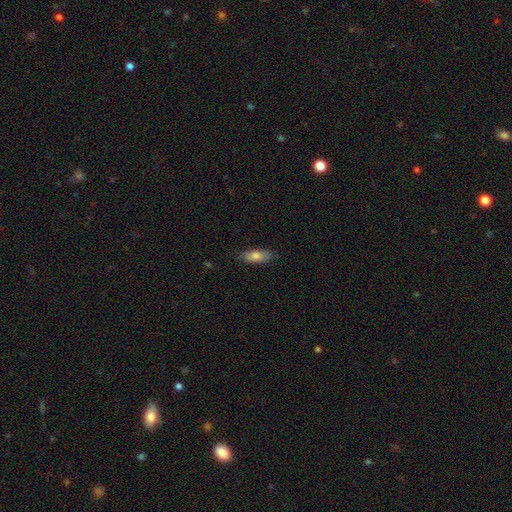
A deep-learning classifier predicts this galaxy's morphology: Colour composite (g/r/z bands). It shows a smooth galaxy with no disk features (77%) that is in between round and cigar-shaped (71%). Merging: none (83%).